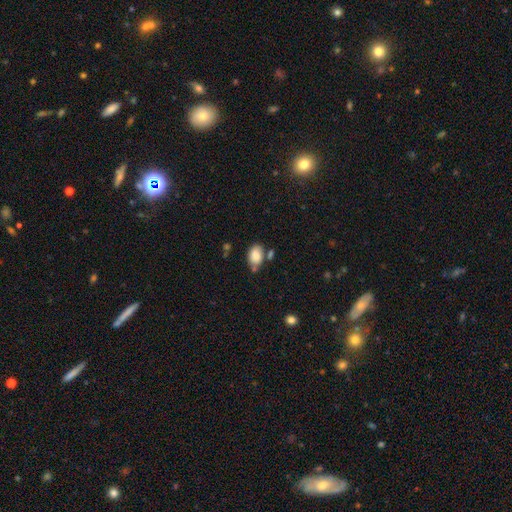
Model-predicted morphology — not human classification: smooth-or-featured: smooth: 86% | star or artifact: 8% | featured or disk: 7%
  how-rounded: in between: 83% | round: 16% | cigar-shaped: 1%
  merging: none: 61% | minor disturbance: 19% | merger: 16% | major disturbance: 5%